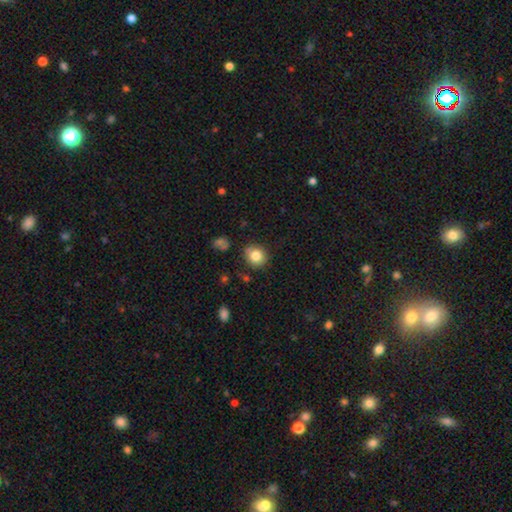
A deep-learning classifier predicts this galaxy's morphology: A smooth galaxy with no disk features (82%) that is round (82%). Merging: none (83%).